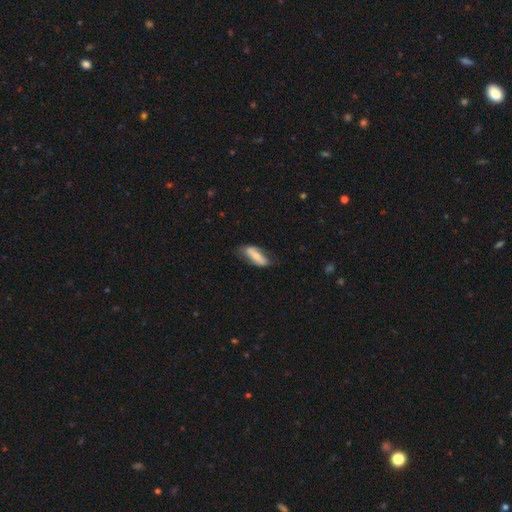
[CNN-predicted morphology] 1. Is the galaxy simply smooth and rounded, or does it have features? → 61% smooth, 32% featured or disk, 7% star or artifact.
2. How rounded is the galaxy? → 64% in between, 33% cigar-shaped, 3% round.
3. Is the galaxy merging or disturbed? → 58% none, 30% minor disturbance, 10% major disturbance, 2% merger.